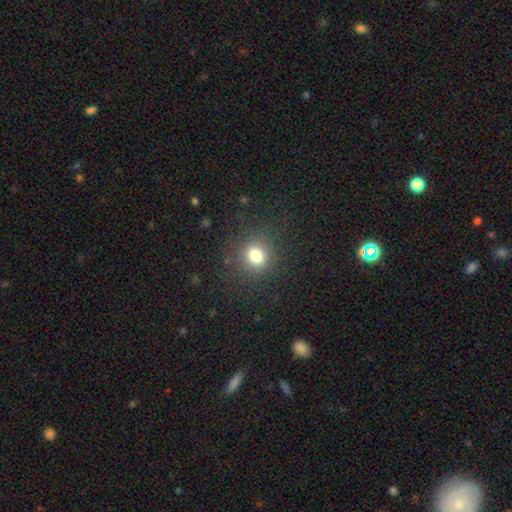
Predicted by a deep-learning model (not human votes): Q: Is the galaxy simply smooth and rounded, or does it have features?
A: smooth — 79%.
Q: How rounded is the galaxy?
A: round — 82%.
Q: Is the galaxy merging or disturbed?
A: none — 86%.